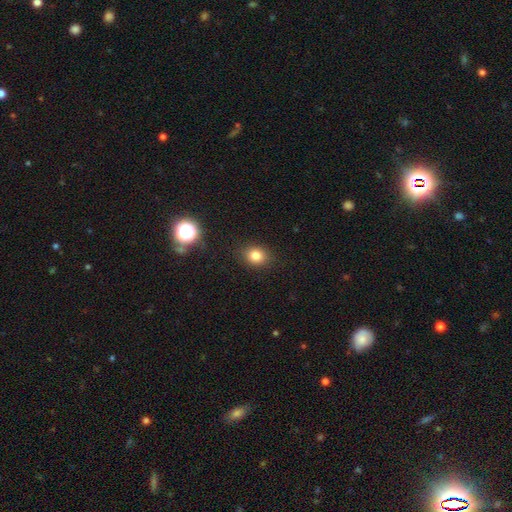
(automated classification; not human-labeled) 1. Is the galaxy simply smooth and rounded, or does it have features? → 80% smooth, 13% star or artifact, 7% featured or disk.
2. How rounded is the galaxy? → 59% round, 40% in between, 1% cigar-shaped.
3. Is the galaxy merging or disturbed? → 87% none, 9% minor disturbance, 3% major disturbance, 1% merger.